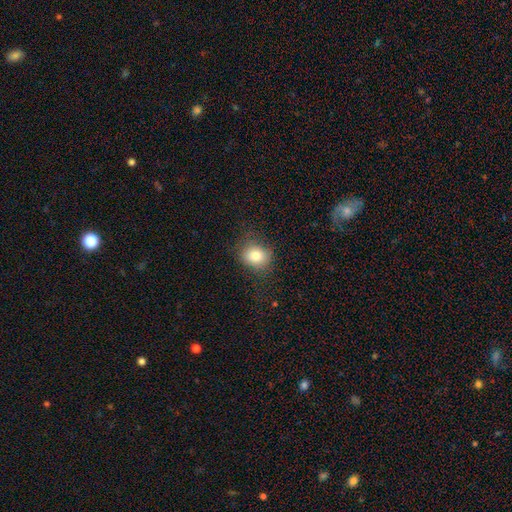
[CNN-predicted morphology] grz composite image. It shows a smooth galaxy with no disk features (78%) that is round (63%). Merging: none (78%).